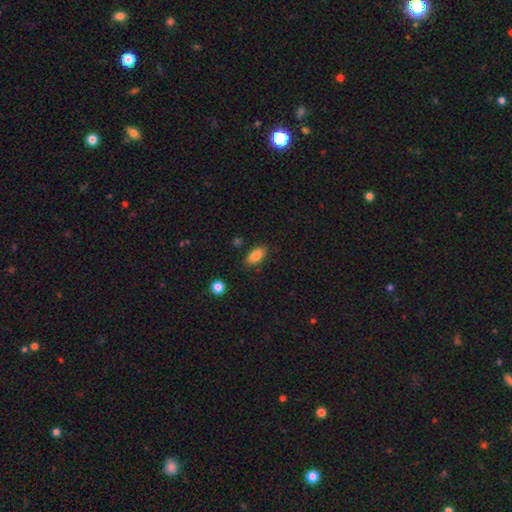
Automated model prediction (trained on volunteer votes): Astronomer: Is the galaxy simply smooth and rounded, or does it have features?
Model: smooth — 82%.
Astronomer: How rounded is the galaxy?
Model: in between — 89%.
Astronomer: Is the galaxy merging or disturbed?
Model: none — 84%.